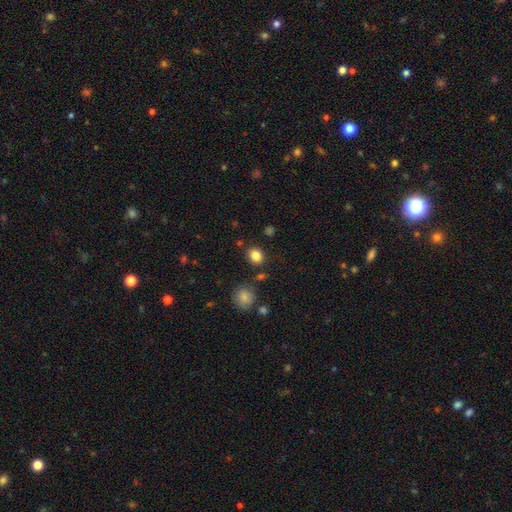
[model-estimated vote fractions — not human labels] A smooth galaxy with no disk features (83%) that is round (63%). Merging: none (84%).